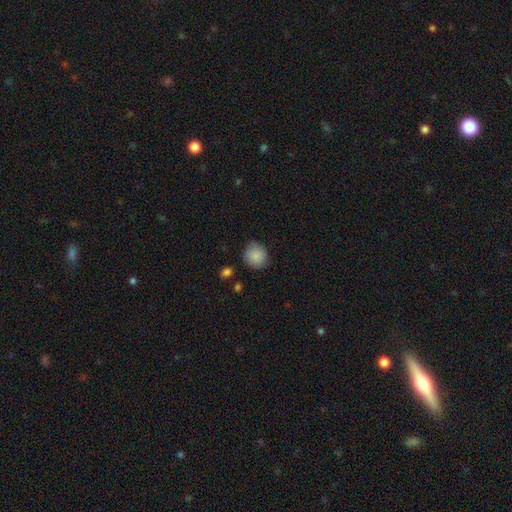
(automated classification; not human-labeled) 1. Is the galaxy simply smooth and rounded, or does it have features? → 86% smooth, 8% star or artifact, 6% featured or disk.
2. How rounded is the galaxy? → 88% round, 11% in between, 1% cigar-shaped.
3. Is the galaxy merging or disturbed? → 80% none, 15% minor disturbance, 3% major disturbance, 2% merger.